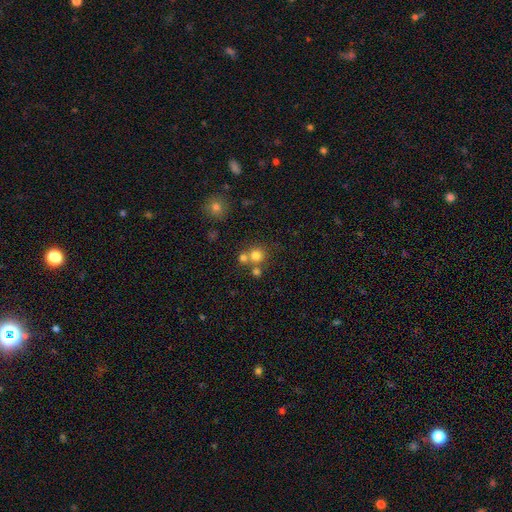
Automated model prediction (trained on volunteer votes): smooth-or-featured: smooth: 75% | star or artifact: 15% | featured or disk: 9%
  how-rounded: round: 90% | in between: 9% | cigar-shaped: 1%
  merging: none: 56% | merger: 34% | minor disturbance: 6% | major disturbance: 3%